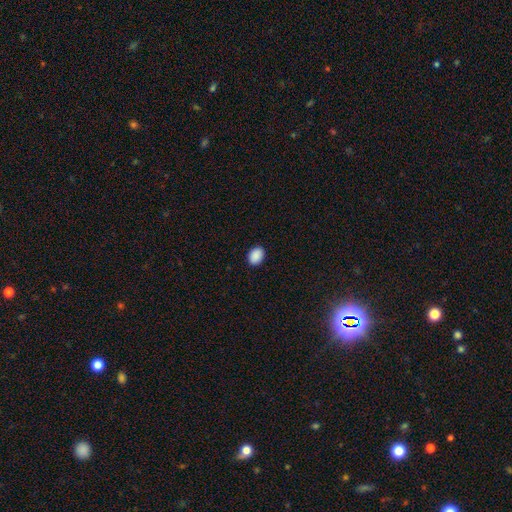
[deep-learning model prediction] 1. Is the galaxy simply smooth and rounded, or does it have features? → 91% smooth, 7% star or artifact, 2% featured or disk.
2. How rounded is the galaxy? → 75% in between, 24% round, 1% cigar-shaped.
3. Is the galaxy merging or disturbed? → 90% none, 7% minor disturbance, 2% major disturbance, 1% merger.